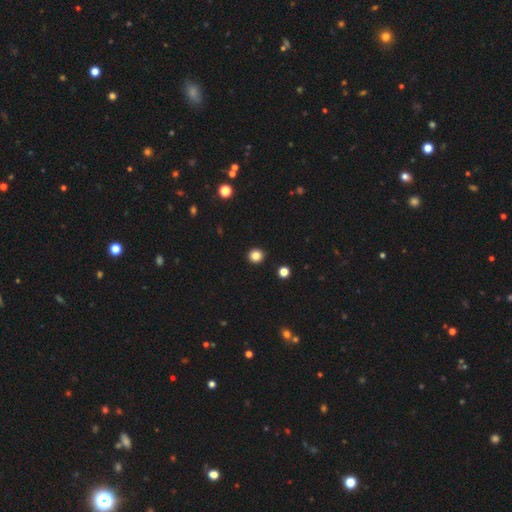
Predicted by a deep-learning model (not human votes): A smooth galaxy with no disk features (85%) that is round (94%).

Vote fractions:
- Smooth or featured? smooth: 85% / star or artifact: 12% / featured or disk: 4%
- How rounded? round: 94% / in between: 5% / cigar-shaped: 1%
- Merging? none: 94% / minor disturbance: 4% / major disturbance: 1% / merger: 1%